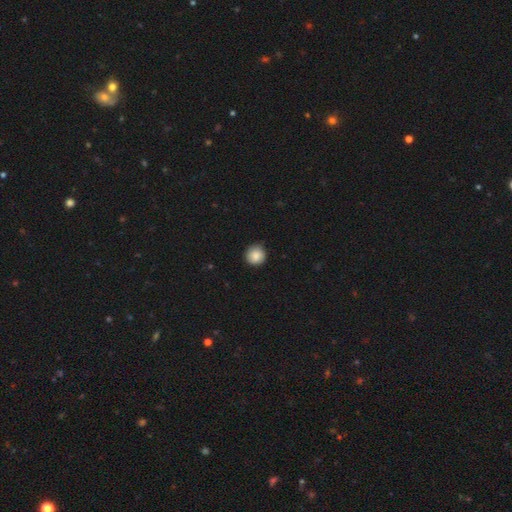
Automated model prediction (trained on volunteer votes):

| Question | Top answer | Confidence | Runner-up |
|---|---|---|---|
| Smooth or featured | smooth | 87% | star or artifact (8%) |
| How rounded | round | 94% | in between (5%) |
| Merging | none | 86% | minor disturbance (11%) |